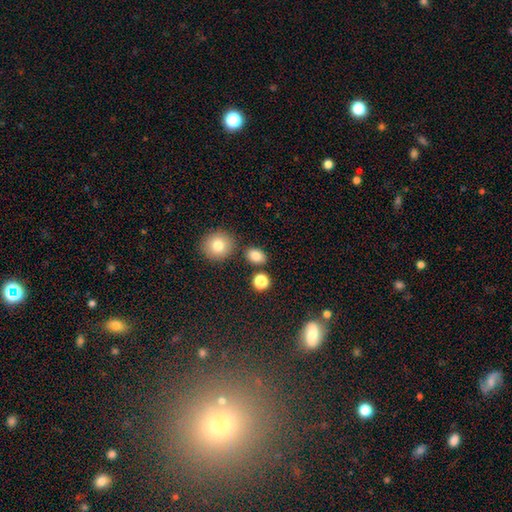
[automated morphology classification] smooth_or_featured: smooth (p=0.82) [alt: star or artifact p=0.11]
how_rounded: in between (p=0.66) [alt: round p=0.32]
merging: none (p=0.80) [alt: minor disturbance p=0.10]